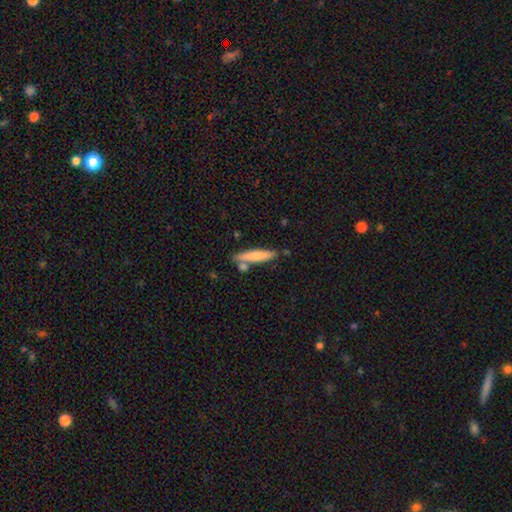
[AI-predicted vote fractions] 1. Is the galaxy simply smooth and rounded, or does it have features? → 68% smooth, 26% featured or disk, 6% star or artifact.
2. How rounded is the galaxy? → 88% cigar-shaped, 10% in between, 2% round.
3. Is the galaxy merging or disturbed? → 72% none, 13% minor disturbance, 12% merger, 3% major disturbance.